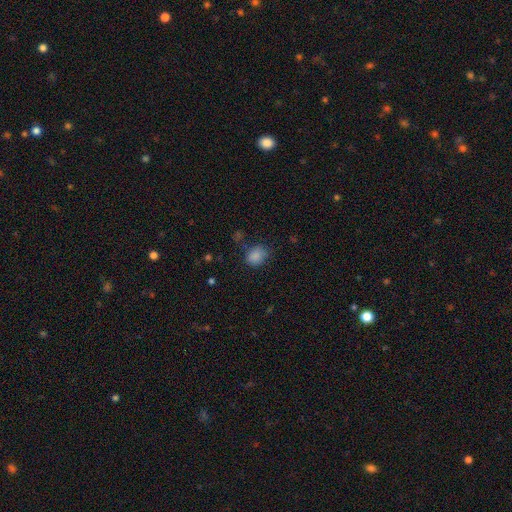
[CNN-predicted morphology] Smooth or featured?
  - smooth: 85% *
  - star or artifact: 11%
  - featured or disk: 5%
How rounded?
  - in between: 55% *
  - round: 44%
  - cigar-shaped: 1%
Merging?
  - none: 70% *
  - minor disturbance: 21%
  - major disturbance: 6%
  - merger: 3%